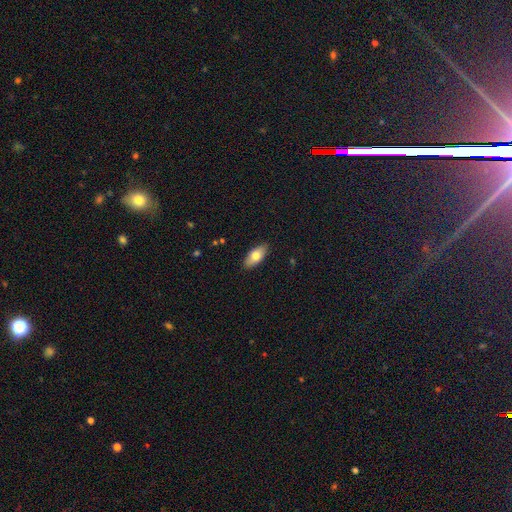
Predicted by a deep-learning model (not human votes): Smooth or featured?
  - smooth: 74% *
  - featured or disk: 20%
  - star or artifact: 6%
How rounded?
  - in between: 86% *
  - cigar-shaped: 11%
  - round: 3%
Merging?
  - none: 89% *
  - minor disturbance: 9%
  - major disturbance: 2%
  - merger: 1%